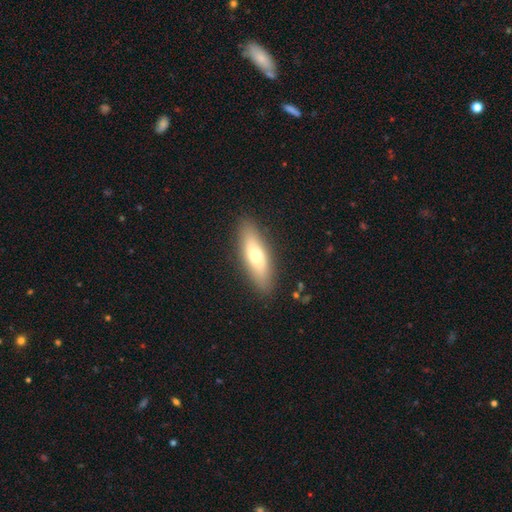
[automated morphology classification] smooth 65%, featured or disk 29%, star or artifact 6%. Down the decision tree: how rounded — in between (51%); merging — none (88%).